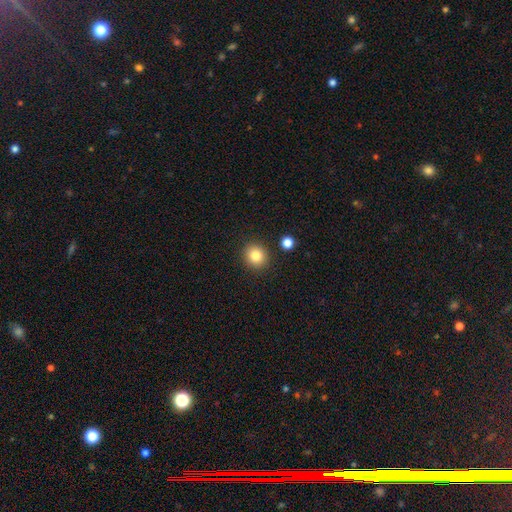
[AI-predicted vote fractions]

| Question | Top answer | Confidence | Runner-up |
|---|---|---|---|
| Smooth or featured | smooth | 84% | star or artifact (10%) |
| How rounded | round | 88% | in between (11%) |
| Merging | none | 89% | minor disturbance (6%) |